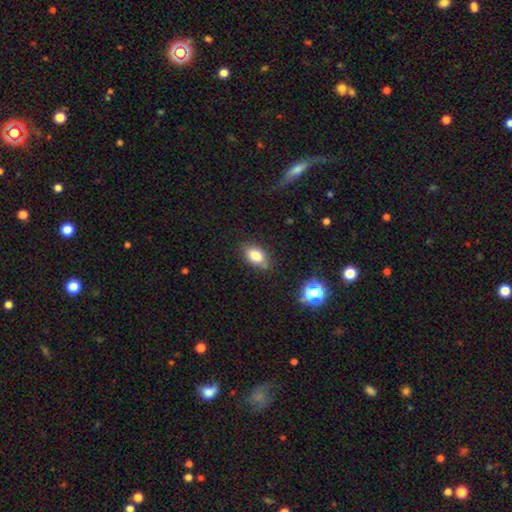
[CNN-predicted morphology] The model was most divided on "merging": none: 77%, minor disturbance: 17%, major disturbance: 3%, merger: 2%. More confident: how rounded — in between (85%); smooth or featured — smooth (81%).